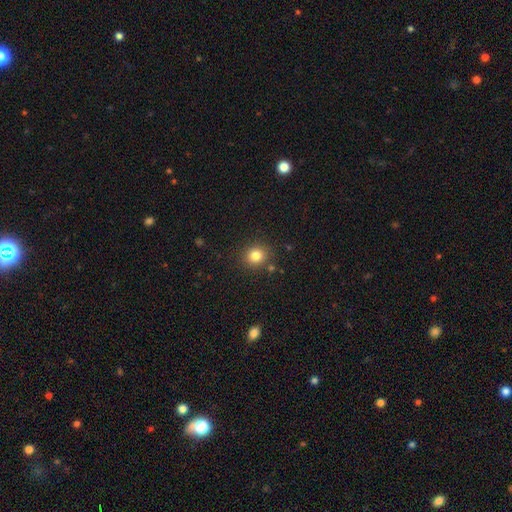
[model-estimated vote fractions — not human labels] Q: Smooth or featured?
A: smooth (82%); runner-up: star or artifact (12%)
Q: How rounded?
A: round (83%); runner-up: in between (16%)
Q: Merging?
A: none (86%); runner-up: minor disturbance (8%)